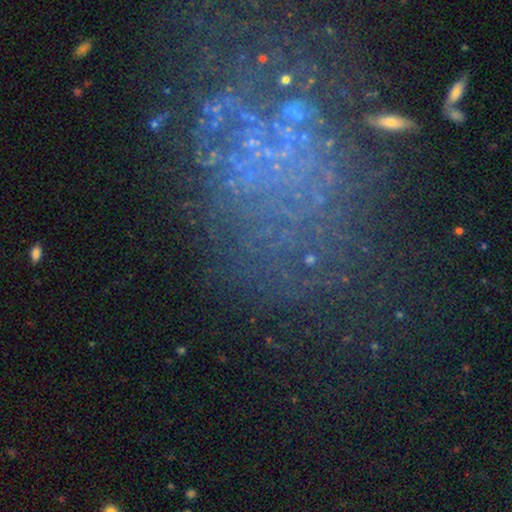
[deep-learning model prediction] Morphology: type=featured or disk (45%); merging=none (53%).